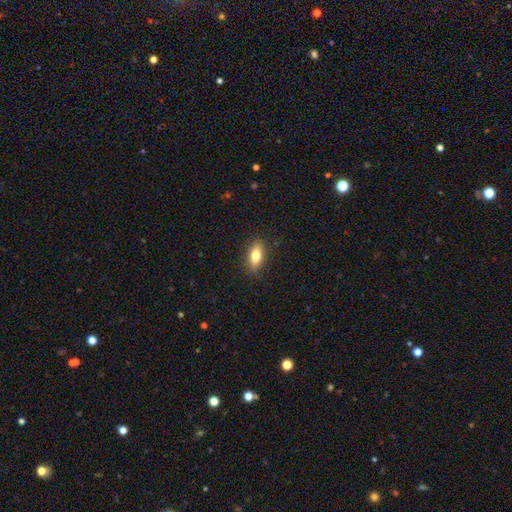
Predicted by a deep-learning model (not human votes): Q: Smooth or featured?
A: smooth (76%); runner-up: featured or disk (16%)
Q: How rounded?
A: in between (80%); runner-up: cigar-shaped (16%)
Q: Merging?
A: none (88%); runner-up: minor disturbance (9%)